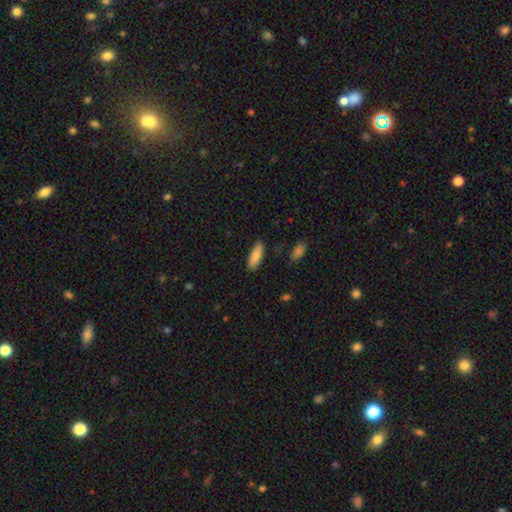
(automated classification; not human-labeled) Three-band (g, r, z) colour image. It shows a smooth galaxy with no disk features (84%) that is in between round and cigar-shaped (58%). Merging: none (86%).